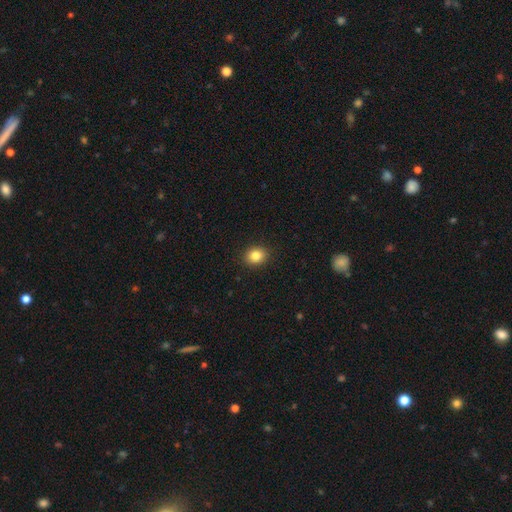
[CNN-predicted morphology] This appears to be a smooth galaxy with no disk features (84%) that is round (58%). Merging: none (91%).